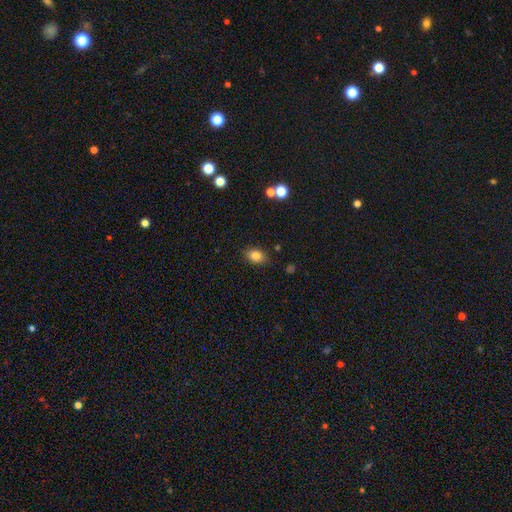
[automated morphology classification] The model was most divided on "how rounded": in between: 75%, round: 23%, cigar-shaped: 1%. More confident: merging — none (86%); smooth or featured — smooth (82%).